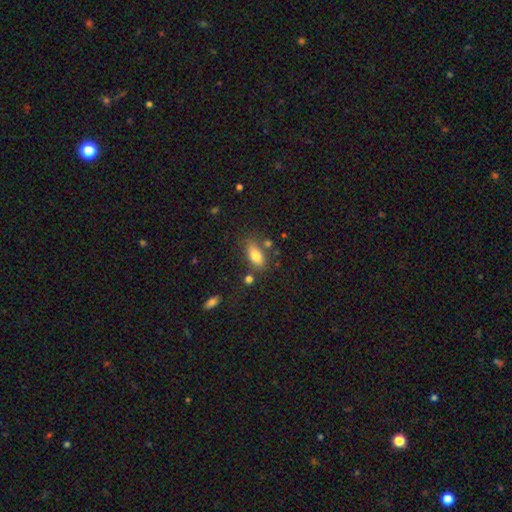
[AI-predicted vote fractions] Smooth or featured? smooth (80%)
How rounded? in between (85%)
Merging? none (71%)